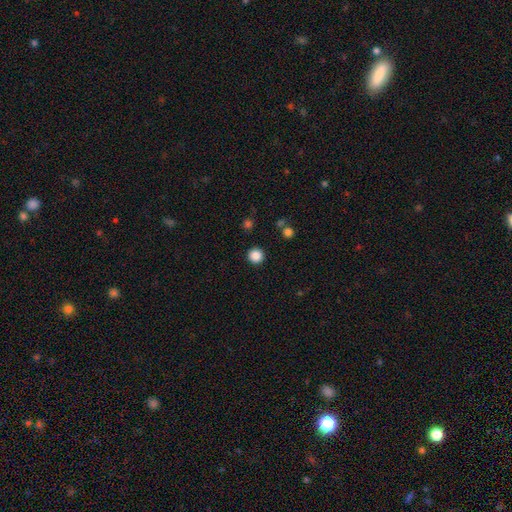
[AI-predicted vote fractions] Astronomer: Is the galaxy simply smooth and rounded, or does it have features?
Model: smooth — 86%.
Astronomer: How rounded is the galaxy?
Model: round — 96%.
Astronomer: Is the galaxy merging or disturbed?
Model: none — 92%.